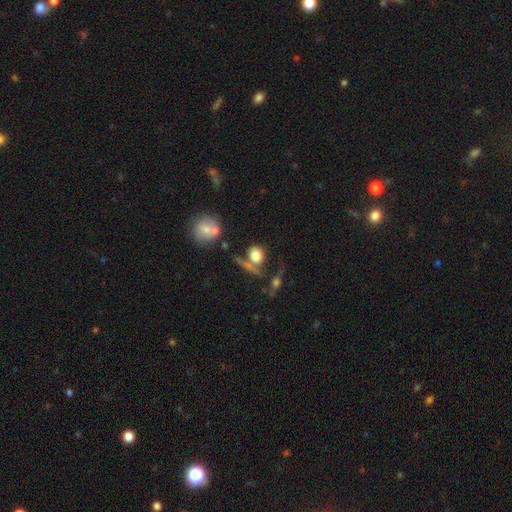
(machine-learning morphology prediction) Smooth or featured? Predicted: smooth (p=0.72). How rounded? Predicted: round (p=0.63). Merging? Predicted: none (p=0.44).